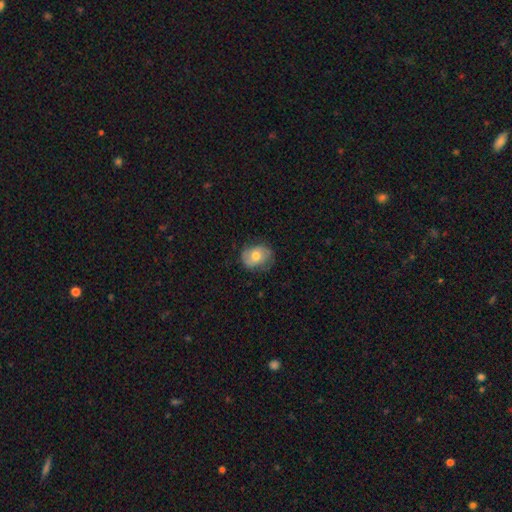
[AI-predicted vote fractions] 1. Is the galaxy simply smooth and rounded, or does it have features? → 61% smooth, 31% featured or disk, 8% star or artifact.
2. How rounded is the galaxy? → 51% in between, 48% round, 1% cigar-shaped.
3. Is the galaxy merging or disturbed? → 73% none, 20% minor disturbance, 6% major disturbance, 1% merger.